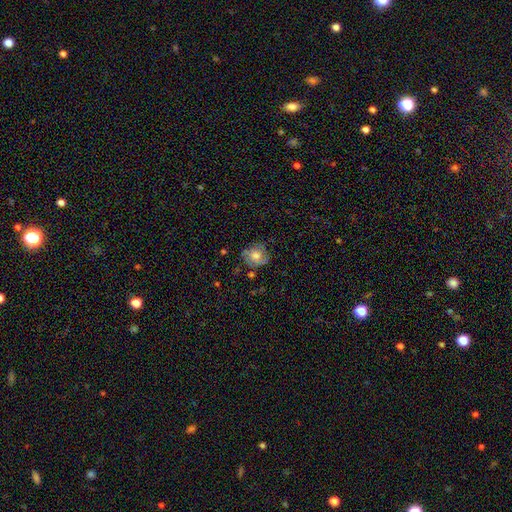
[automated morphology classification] type=smooth (51%); roundness=round (72%); merging=none (64%).